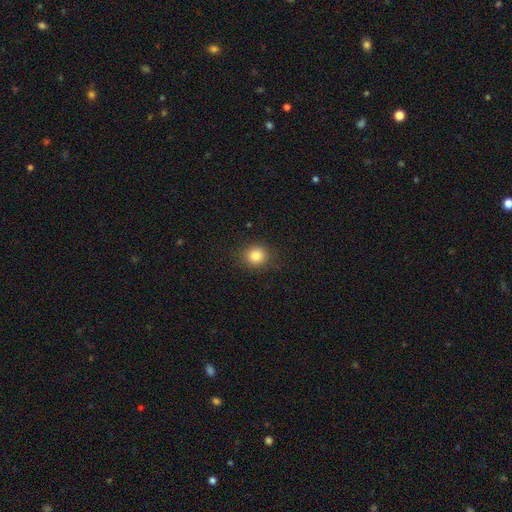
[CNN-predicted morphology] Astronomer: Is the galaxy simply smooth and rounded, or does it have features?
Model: smooth — 84%.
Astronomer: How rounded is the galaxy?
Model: round — 85%.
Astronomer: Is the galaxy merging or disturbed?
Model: none — 88%.